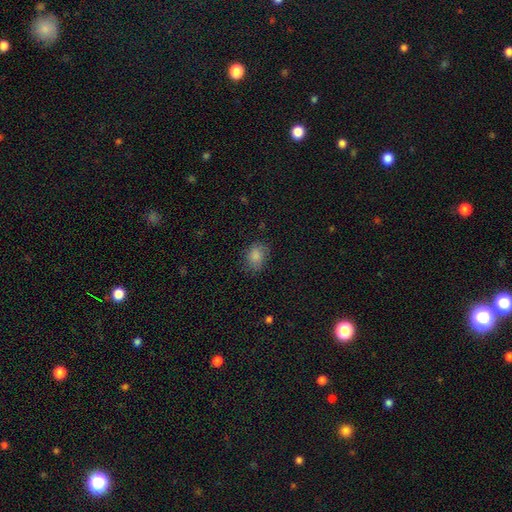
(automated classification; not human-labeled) Q: Smooth or featured?
A: smooth (84%); runner-up: star or artifact (9%)
Q: How rounded?
A: in between (62%); runner-up: round (37%)
Q: Merging?
A: none (73%); runner-up: minor disturbance (20%)